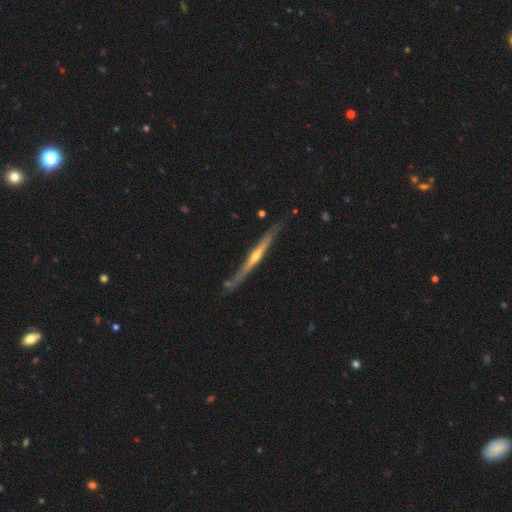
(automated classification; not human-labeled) This appears to be a featured or disk galaxy (78%) viewed edge-on (97%) with a rounded central bulge (74%). Merging: none (78%).